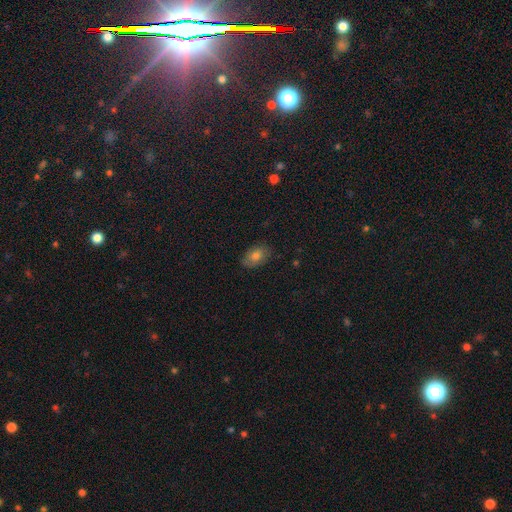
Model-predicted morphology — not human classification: The model was most divided on "smooth or featured": smooth: 75%, featured or disk: 15%, star or artifact: 11%. More confident: how rounded — in between (86%); merging — none (82%).